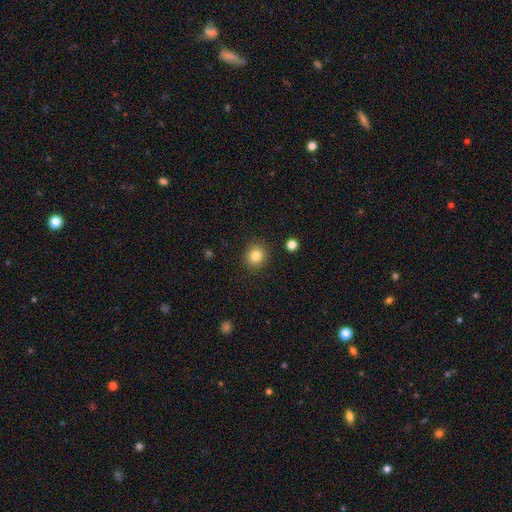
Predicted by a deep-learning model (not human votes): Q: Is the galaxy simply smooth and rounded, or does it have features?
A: smooth — 83%.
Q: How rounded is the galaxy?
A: round — 85%.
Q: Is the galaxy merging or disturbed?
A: none — 89%.